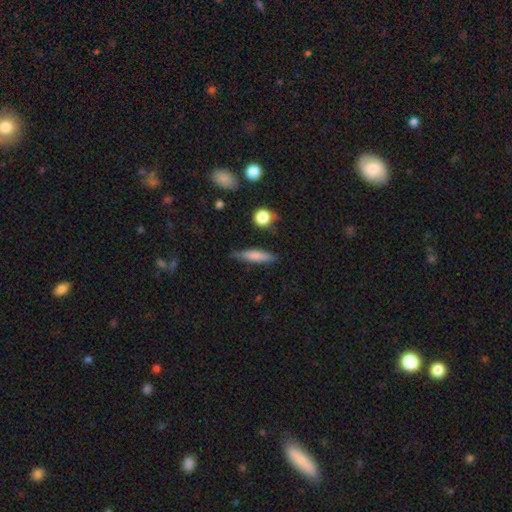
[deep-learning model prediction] Smooth or featured: smooth — 73% (featured or disk — 20%)
How rounded: cigar-shaped — 75% (in between — 22%)
Merging: none — 78% (minor disturbance — 16%)